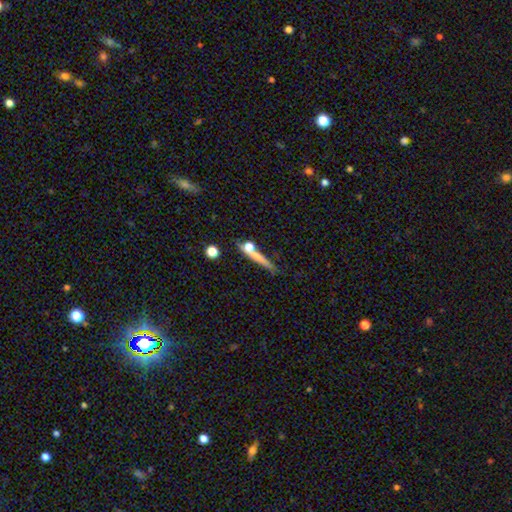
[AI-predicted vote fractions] Morphology: type=smooth (56%); roundness=cigar-shaped (70%); merging=none (57%).